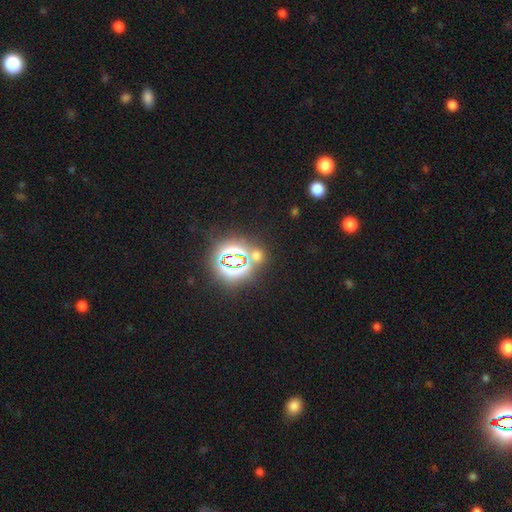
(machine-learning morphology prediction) The model was most divided on "smooth or featured": star or artifact: 63%, smooth: 30%, featured or disk: 7%.